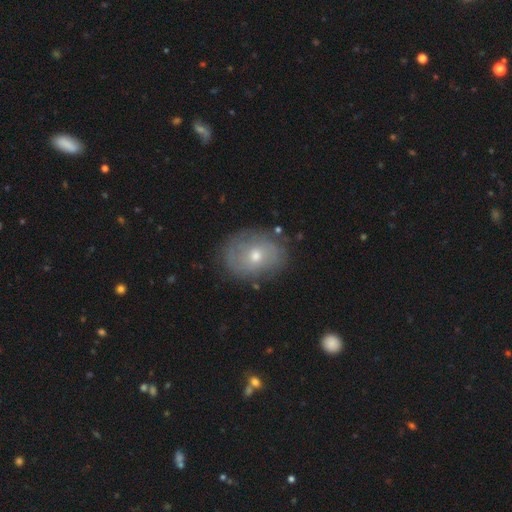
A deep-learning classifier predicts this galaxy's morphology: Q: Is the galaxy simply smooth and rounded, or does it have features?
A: featured or disk — 51%.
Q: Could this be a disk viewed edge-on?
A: no — 95%.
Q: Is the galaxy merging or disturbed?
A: none — 77%.